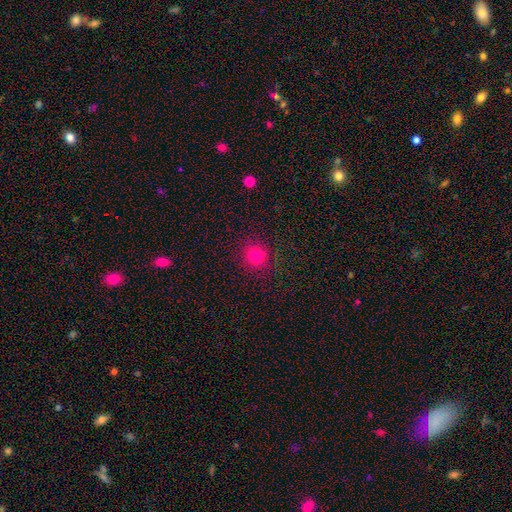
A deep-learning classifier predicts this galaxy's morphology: A smooth galaxy with no disk features (79%) that is round (90%). Merging: none (88%).